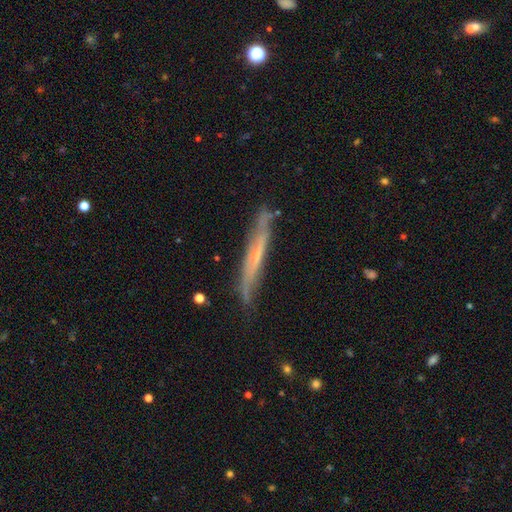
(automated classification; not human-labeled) Q: Smooth or featured?
A: featured or disk (62%); runner-up: smooth (32%)
Q: Edge-on disk?
A: yes (83%); runner-up: no (17%)
Q: Edge-on bulge?
A: none (73%); runner-up: rounded (19%)
Q: Merging?
A: none (73%); runner-up: minor disturbance (20%)